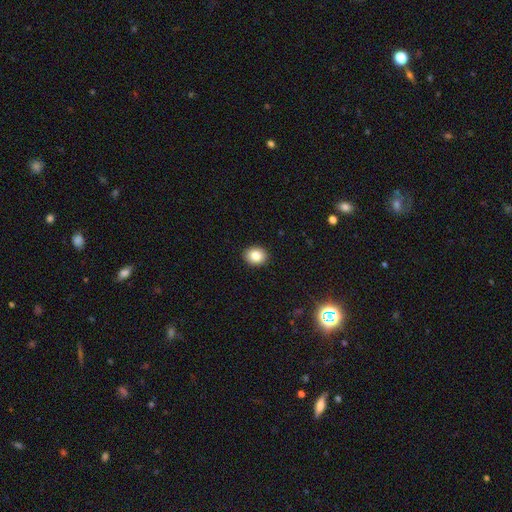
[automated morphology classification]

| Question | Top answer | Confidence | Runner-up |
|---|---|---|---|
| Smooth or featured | smooth | 85% | star or artifact (9%) |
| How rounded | round | 62% | in between (38%) |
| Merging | none | 92% | minor disturbance (6%) |